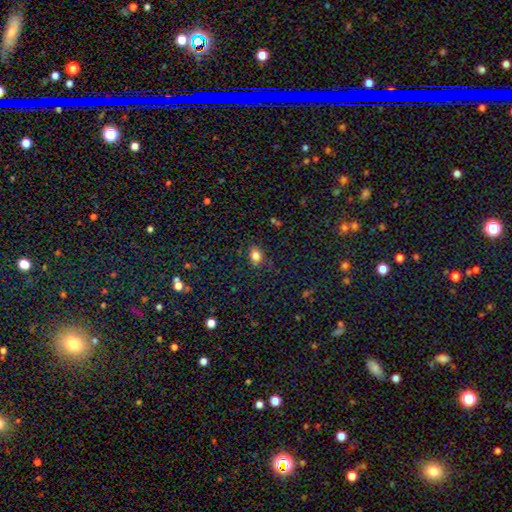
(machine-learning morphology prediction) smooth_or_featured: smooth (p=0.80) [alt: star or artifact p=0.13]
how_rounded: in between (p=0.63) [alt: round p=0.36]
merging: none (p=0.82) [alt: minor disturbance p=0.13]